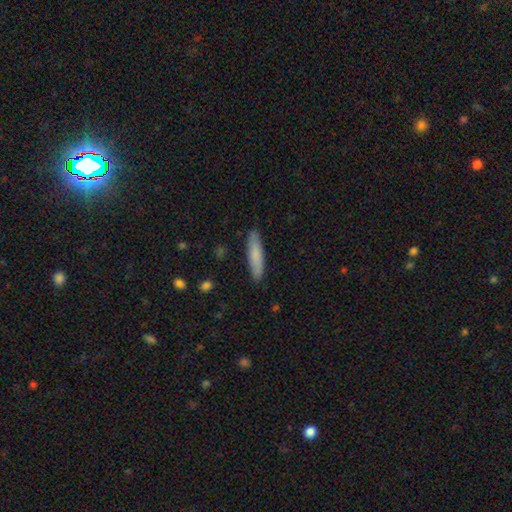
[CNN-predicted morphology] smooth_or_featured: smooth (p=0.81) [alt: featured or disk p=0.14]
how_rounded: cigar-shaped (p=0.84) [alt: in between p=0.15]
merging: none (p=0.89) [alt: minor disturbance p=0.08]